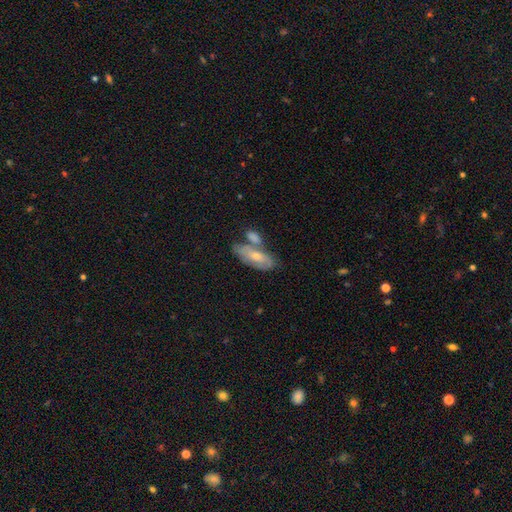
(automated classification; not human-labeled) This appears to be a featured or disk galaxy (51%). Merging: none (47%).